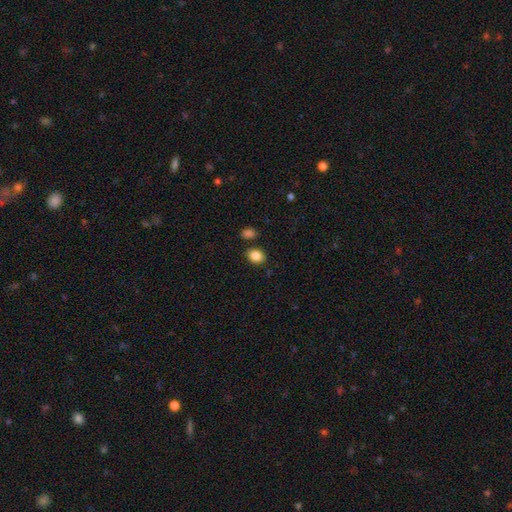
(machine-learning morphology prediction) Smooth or featured?
  - smooth: 86% *
  - star or artifact: 9%
  - featured or disk: 5%
How rounded?
  - in between: 60% *
  - round: 39%
  - cigar-shaped: 1%
Merging?
  - none: 81% *
  - minor disturbance: 10%
  - merger: 6%
  - major disturbance: 3%